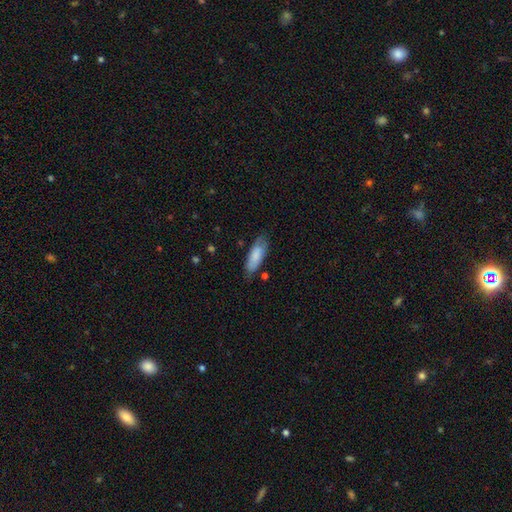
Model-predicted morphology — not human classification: smooth_or_featured: smooth (p=0.81) [alt: featured or disk p=0.13]
how_rounded: in between (p=0.69) [alt: cigar-shaped p=0.29]
merging: none (p=0.71) [alt: minor disturbance p=0.22]